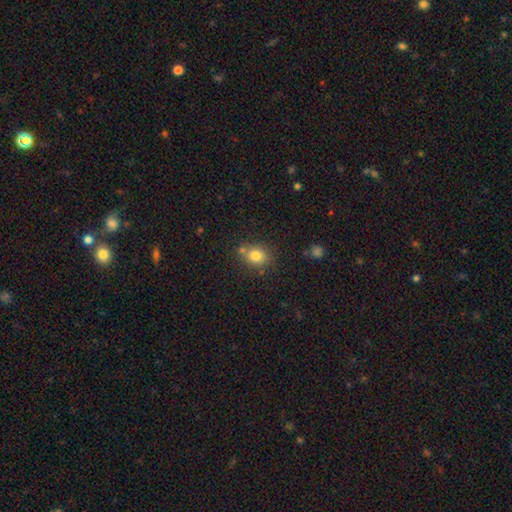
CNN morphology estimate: A smooth galaxy with no disk features (80%) that is round (65%).

Vote fractions:
- Smooth or featured? smooth: 80% / star or artifact: 12% / featured or disk: 9%
- How rounded? round: 65% / in between: 34% / cigar-shaped: 1%
- Merging? none: 69% / minor disturbance: 14% / merger: 14% / major disturbance: 4%